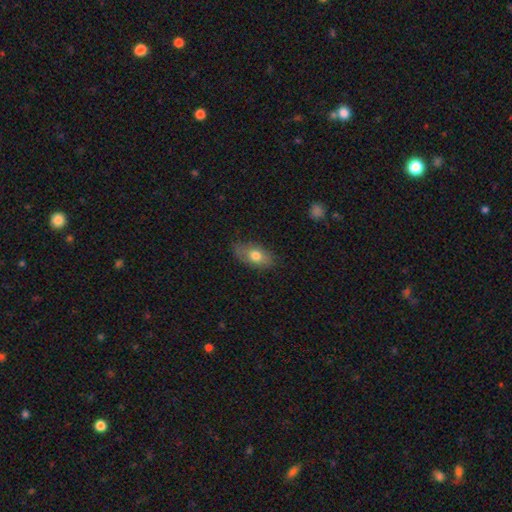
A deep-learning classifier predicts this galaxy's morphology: A smooth galaxy with no disk features (72%) that is in between round and cigar-shaped (88%). Merging: none (74%).